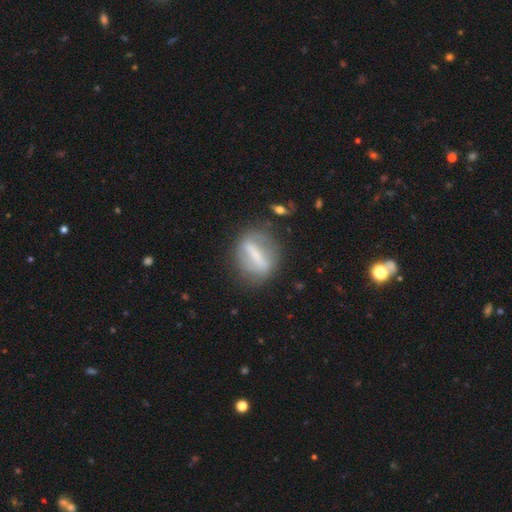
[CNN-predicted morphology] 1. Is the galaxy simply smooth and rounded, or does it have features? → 55% featured or disk, 36% smooth, 9% star or artifact.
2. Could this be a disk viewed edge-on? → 78% no, 22% yes.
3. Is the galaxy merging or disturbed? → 72% none, 16% minor disturbance, 9% major disturbance, 3% merger.